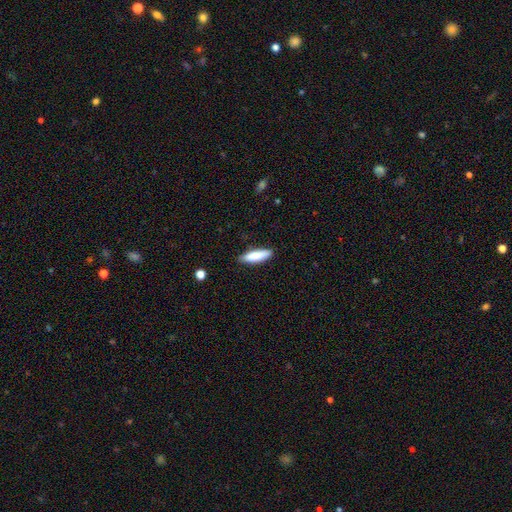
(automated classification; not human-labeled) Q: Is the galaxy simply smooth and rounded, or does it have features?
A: smooth — 84%.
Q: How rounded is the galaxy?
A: cigar-shaped — 58%.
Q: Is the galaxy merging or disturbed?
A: none — 86%.